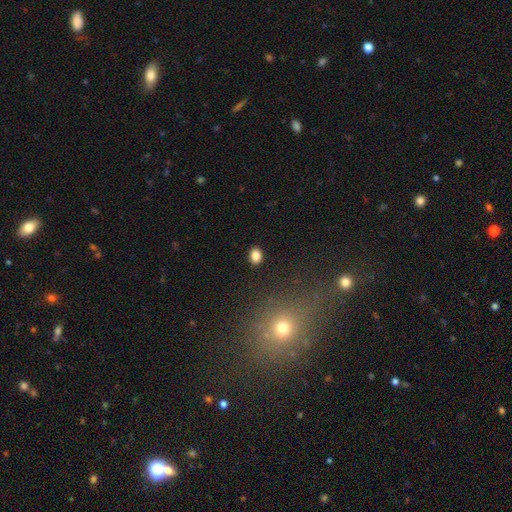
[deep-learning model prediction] Smooth or featured? smooth (85%)
How rounded? in between (68%)
Merging? none (88%)